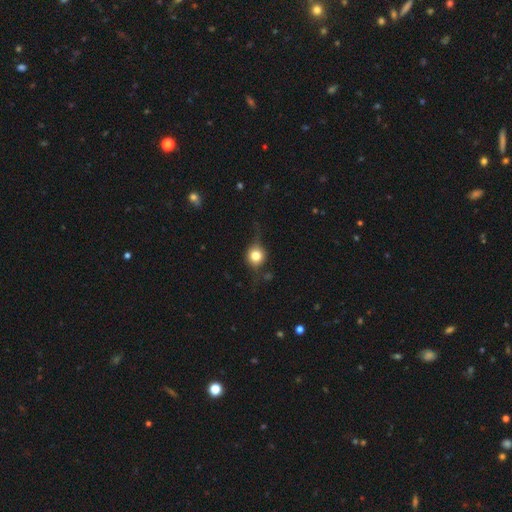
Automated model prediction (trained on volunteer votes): Q: Smooth or featured?
A: smooth (61%); runner-up: featured or disk (29%)
Q: How rounded?
A: round (83%); runner-up: in between (16%)
Q: Merging?
A: none (67%); runner-up: minor disturbance (22%)